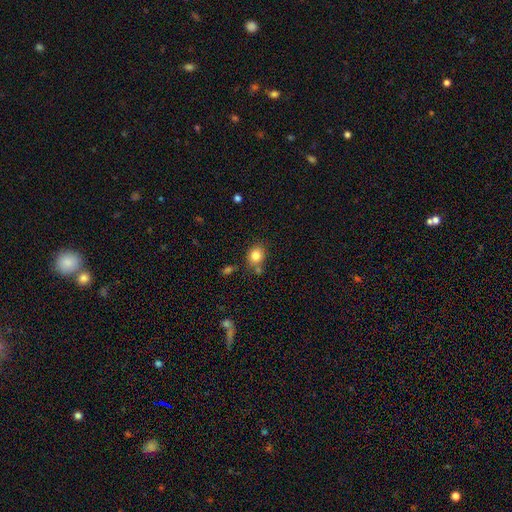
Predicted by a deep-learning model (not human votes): A smooth galaxy with no disk features (84%) that is round (62%). Merging: none (69%).